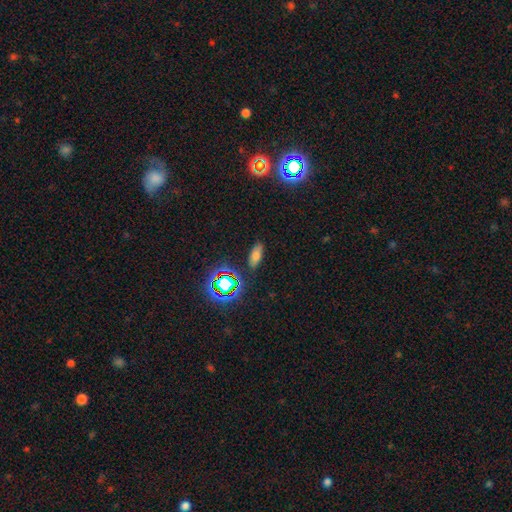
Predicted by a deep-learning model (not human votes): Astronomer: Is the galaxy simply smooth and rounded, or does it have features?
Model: smooth — 68%.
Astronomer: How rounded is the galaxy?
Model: in between — 77%.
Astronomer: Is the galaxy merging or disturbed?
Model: none — 83%.